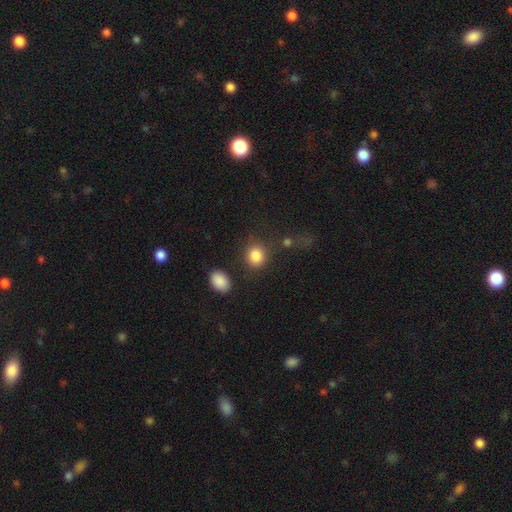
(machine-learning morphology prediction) type=smooth (85%); roundness=round (70%); merging=none (73%).